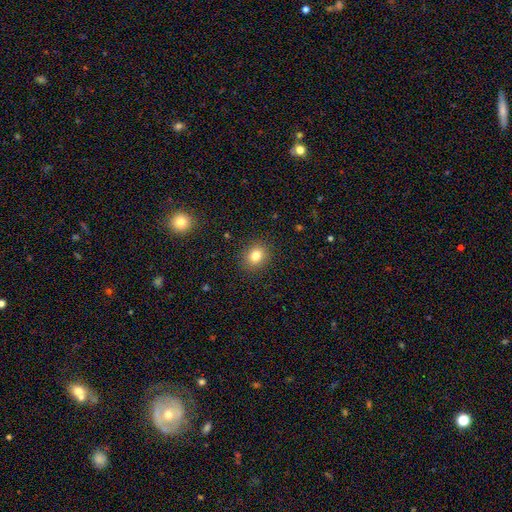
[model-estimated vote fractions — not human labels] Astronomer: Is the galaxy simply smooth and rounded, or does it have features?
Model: smooth — 80%.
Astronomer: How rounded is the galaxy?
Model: round — 68%.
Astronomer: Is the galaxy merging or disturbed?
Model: none — 90%.